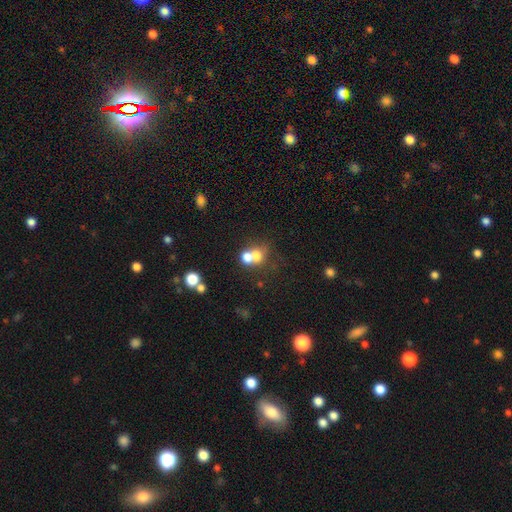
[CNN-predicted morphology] Smooth or featured?
  - smooth: 67% *
  - featured or disk: 18%
  - star or artifact: 14%
How rounded?
  - round: 69% *
  - in between: 30%
  - cigar-shaped: 1%
Merging?
  - merger: 57% *
  - none: 30%
  - minor disturbance: 7%
  - major disturbance: 6%